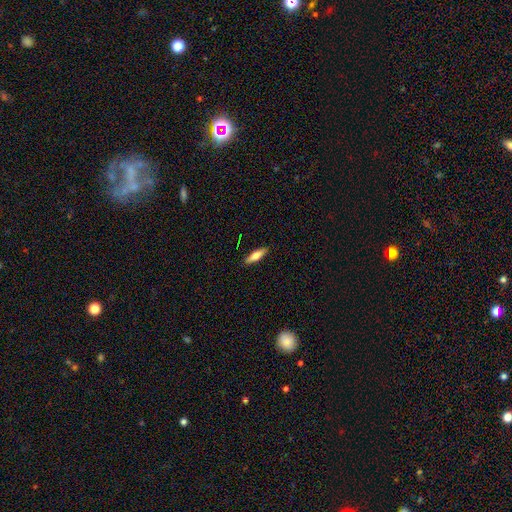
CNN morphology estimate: Overall: smooth (66%; featured or disk 27%). How rounded: cigar-shaped (58%; in between 40%). Merging: none (89%).